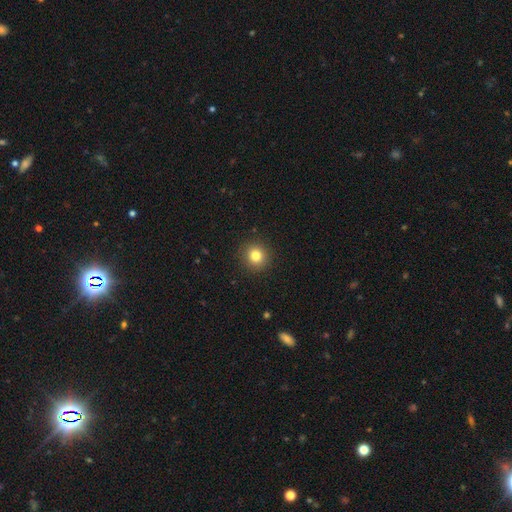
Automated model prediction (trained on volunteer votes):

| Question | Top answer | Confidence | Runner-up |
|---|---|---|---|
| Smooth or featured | smooth | 81% | star or artifact (12%) |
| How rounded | round | 93% | in between (7%) |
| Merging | none | 91% | minor disturbance (6%) |